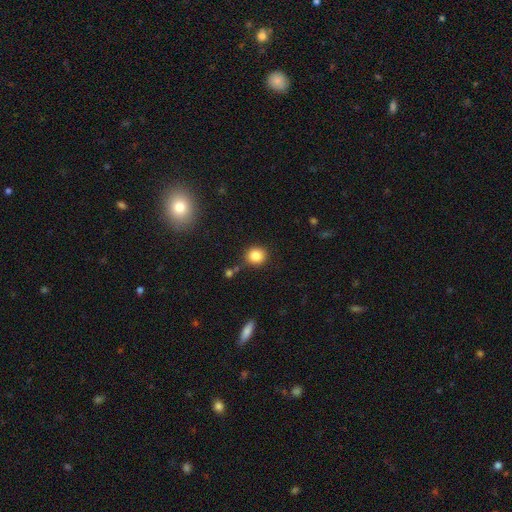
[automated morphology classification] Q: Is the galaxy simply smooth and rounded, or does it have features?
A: smooth — 85%.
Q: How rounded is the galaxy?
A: round — 87%.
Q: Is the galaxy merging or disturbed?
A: none — 84%.